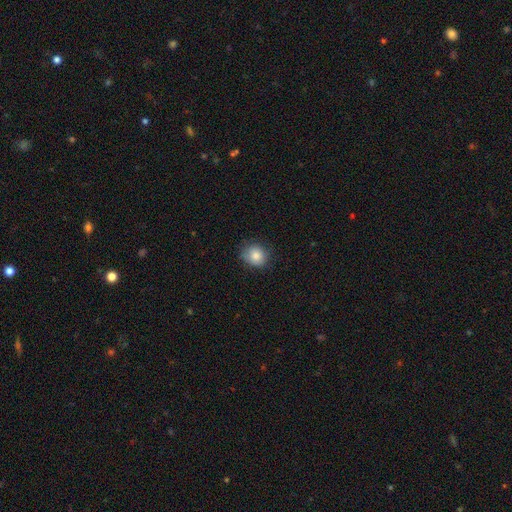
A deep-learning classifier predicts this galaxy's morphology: smooth_or_featured: smooth (p=0.84) [alt: star or artifact p=0.09]
how_rounded: round (p=0.78) [alt: in between p=0.21]
merging: none (p=0.76) [alt: minor disturbance p=0.19]